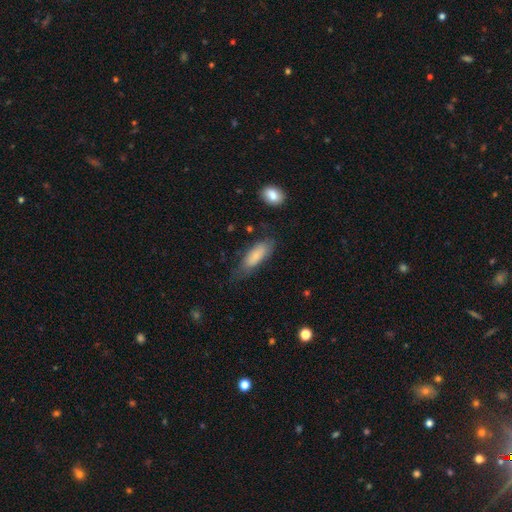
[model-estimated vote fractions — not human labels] smooth 79%, featured or disk 14%, star or artifact 6%. Down the decision tree: how rounded — in between (68%); merging — none (57%).